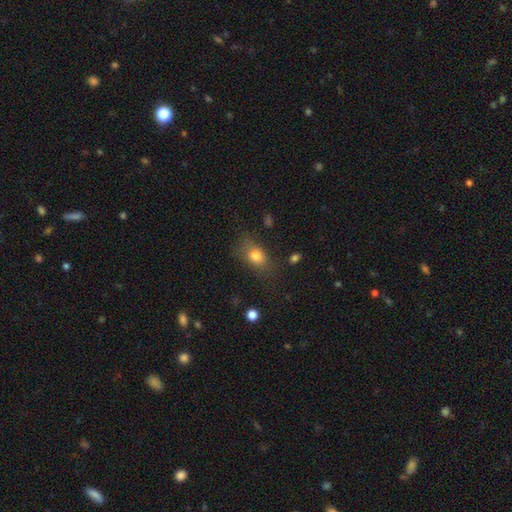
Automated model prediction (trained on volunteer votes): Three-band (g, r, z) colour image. It shows a smooth galaxy with no disk features (77%) that is in between round and cigar-shaped (71%). Merging: none (67%).